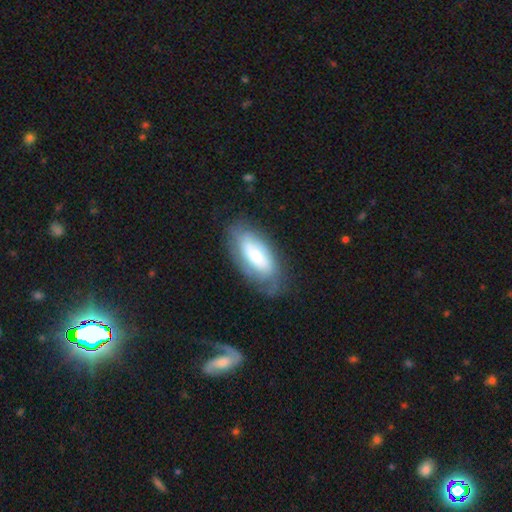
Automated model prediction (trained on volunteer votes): Overall: featured or disk (48%; smooth 45%). Merging: none (66%).